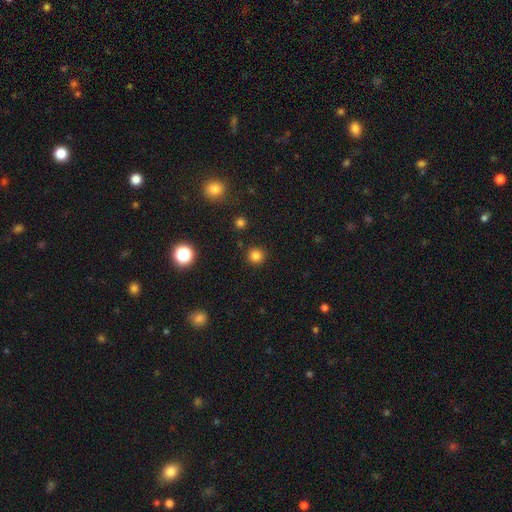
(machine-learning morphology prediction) The model was most divided on "smooth or featured": smooth: 82%, star or artifact: 14%, featured or disk: 4%. More confident: how rounded — round (94%); merging — none (90%).